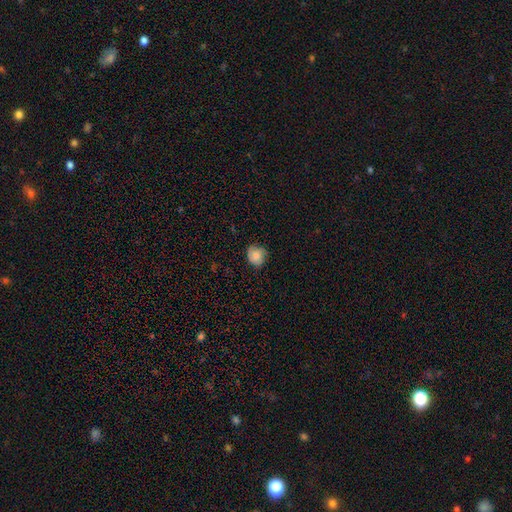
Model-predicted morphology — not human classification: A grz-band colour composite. It shows a smooth galaxy with no disk features (76%) that is round (78%). Merging: none (73%).